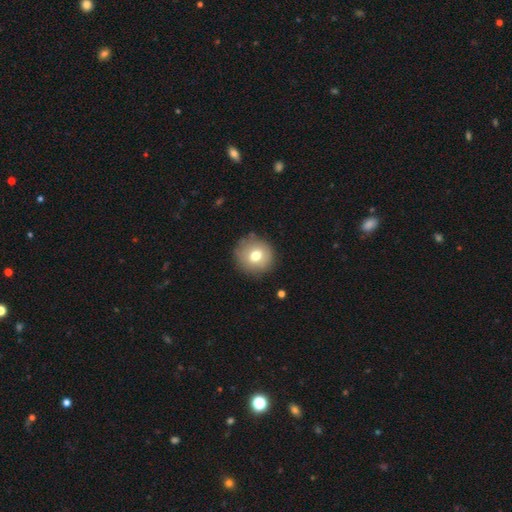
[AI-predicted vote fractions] Smooth or featured: smooth — 73% (featured or disk — 17%)
How rounded: round — 93% (in between — 6%)
Merging: none — 86% (minor disturbance — 10%)